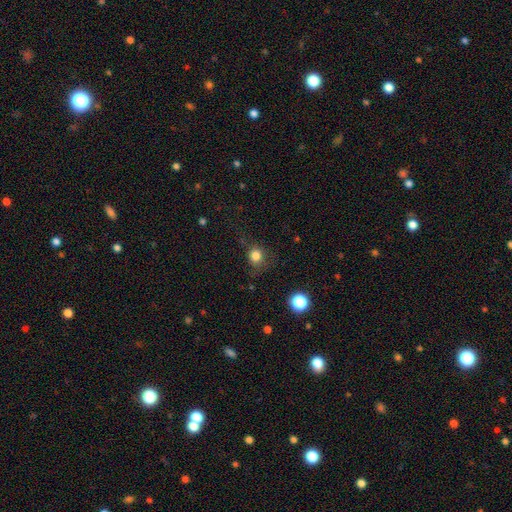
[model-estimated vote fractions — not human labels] This appears to be a smooth galaxy with no disk features (80%) that is round (82%). Merging: none (68%).